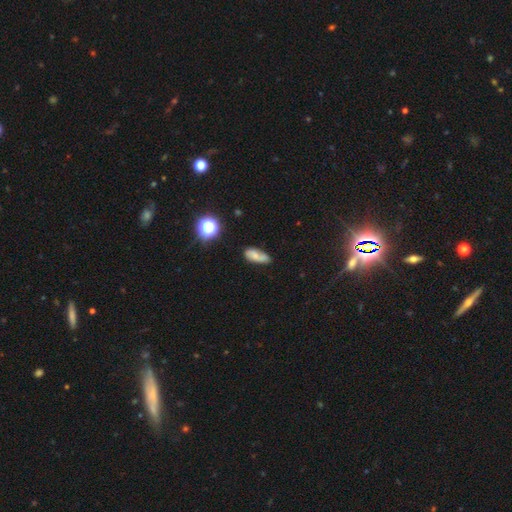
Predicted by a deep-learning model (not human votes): The model was most divided on "merging": none: 51%, minor disturbance: 29%, major disturbance: 10%, merger: 10%. More confident: how rounded — in between (77%); smooth or featured — smooth (62%).